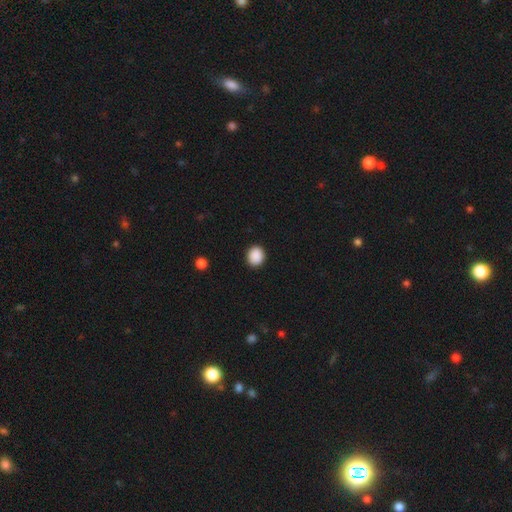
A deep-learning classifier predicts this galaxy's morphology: Smooth or featured?
  - smooth: 89% *
  - star or artifact: 8%
  - featured or disk: 2%
How rounded?
  - round: 75% *
  - in between: 24%
  - cigar-shaped: 1%
Merging?
  - none: 91% *
  - minor disturbance: 6%
  - major disturbance: 2%
  - merger: 1%